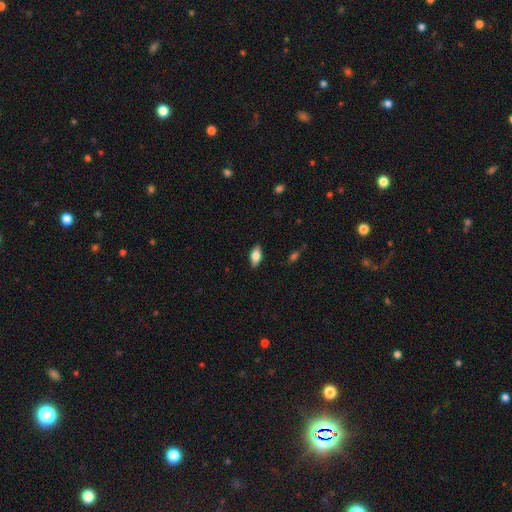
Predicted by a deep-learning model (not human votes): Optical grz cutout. It shows a smooth galaxy with no disk features (72%) that is in between round and cigar-shaped (86%). Merging: none (87%).